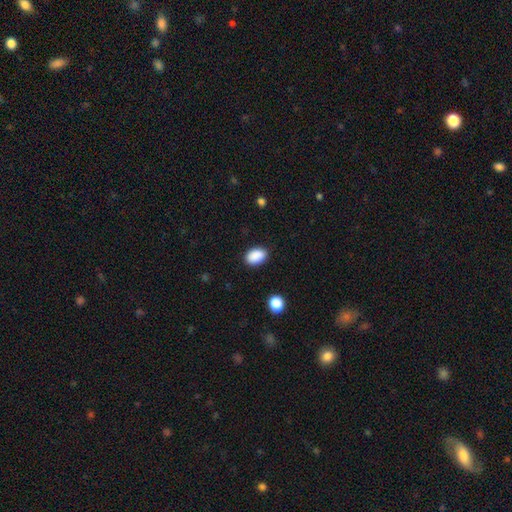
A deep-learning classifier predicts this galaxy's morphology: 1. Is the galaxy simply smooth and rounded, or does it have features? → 89% smooth, 8% star or artifact, 3% featured or disk.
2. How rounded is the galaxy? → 88% in between, 11% round, 1% cigar-shaped.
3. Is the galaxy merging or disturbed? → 86% none, 10% minor disturbance, 2% major disturbance, 1% merger.